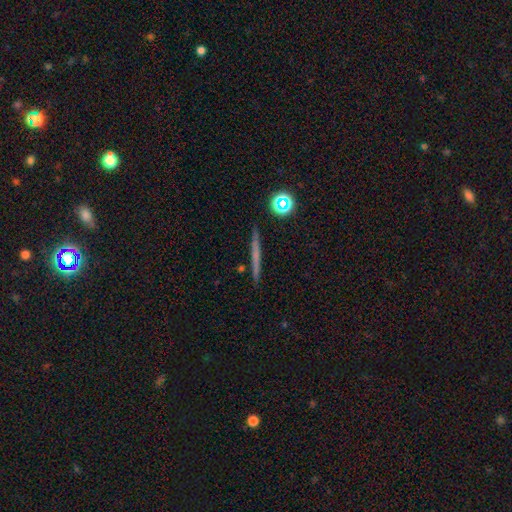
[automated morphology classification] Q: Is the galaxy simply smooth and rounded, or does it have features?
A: featured or disk — 46%.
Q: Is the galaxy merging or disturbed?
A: none — 91%.